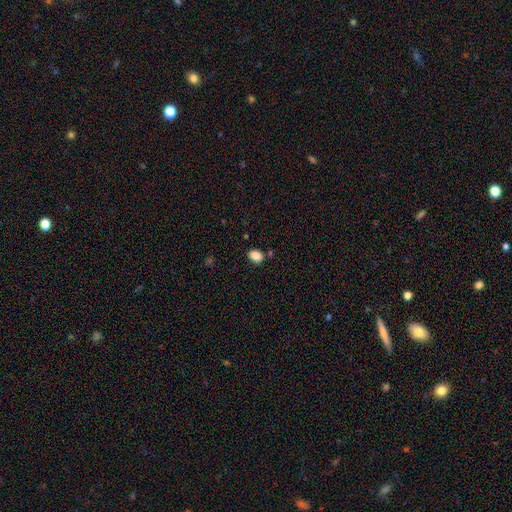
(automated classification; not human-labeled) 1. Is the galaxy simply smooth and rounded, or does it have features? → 87% smooth, 10% star or artifact, 4% featured or disk.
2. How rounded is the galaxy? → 66% in between, 33% round, 1% cigar-shaped.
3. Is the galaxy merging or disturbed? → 81% none, 12% minor disturbance, 4% merger, 3% major disturbance.